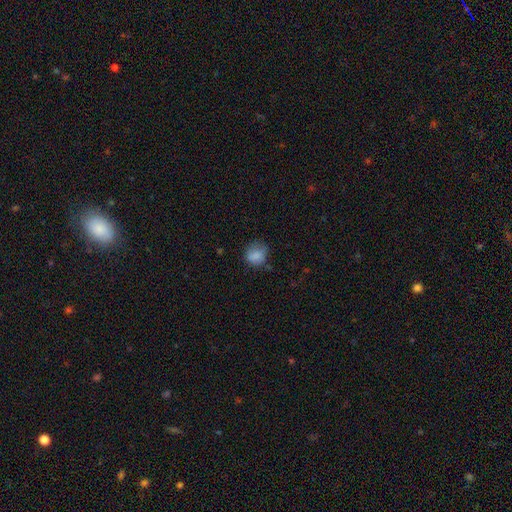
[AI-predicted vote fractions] Smooth or featured? smooth (83%)
How rounded? round (70%)
Merging? none (63%)